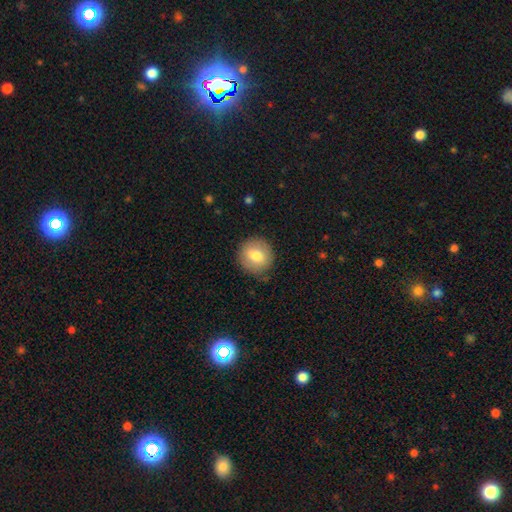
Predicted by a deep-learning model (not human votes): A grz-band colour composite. It shows a smooth galaxy with no disk features (76%) that is round (91%). Merging: none (86%).